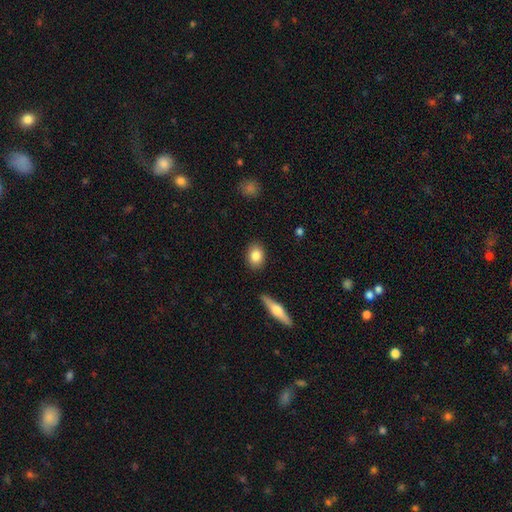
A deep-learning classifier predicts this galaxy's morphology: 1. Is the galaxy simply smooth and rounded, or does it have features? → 83% smooth, 10% featured or disk, 7% star or artifact.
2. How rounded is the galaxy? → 72% in between, 26% round, 2% cigar-shaped.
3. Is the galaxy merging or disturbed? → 88% none, 8% minor disturbance, 2% major disturbance, 2% merger.